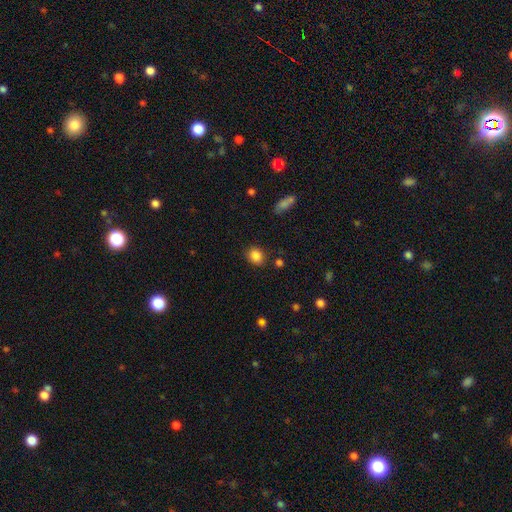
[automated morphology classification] The model was most divided on "how rounded": in between: 51%, round: 48%, cigar-shaped: 1%. More confident: smooth or featured — smooth (85%); merging — none (83%).